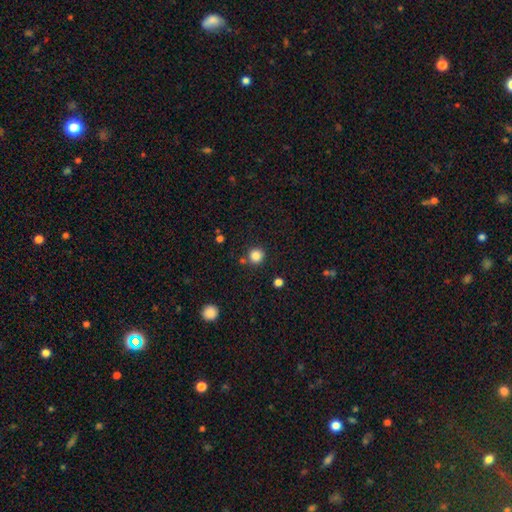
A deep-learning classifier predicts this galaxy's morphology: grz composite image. It shows a smooth galaxy with no disk features (85%) that is round (93%). Merging: none (81%).